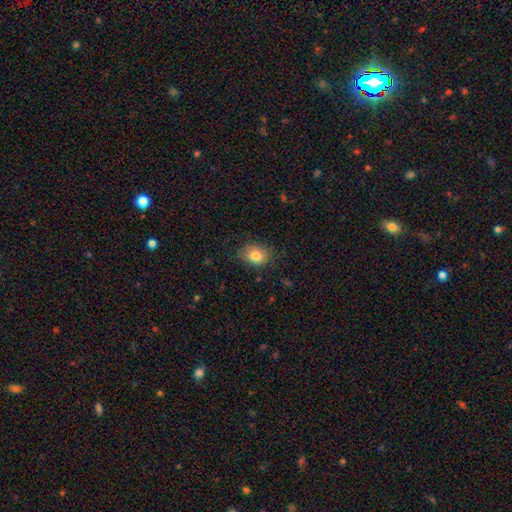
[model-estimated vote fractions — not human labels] This is clearly a smooth galaxy (81%). How rounded: likely in between (66%). Merging: likely none (80%).